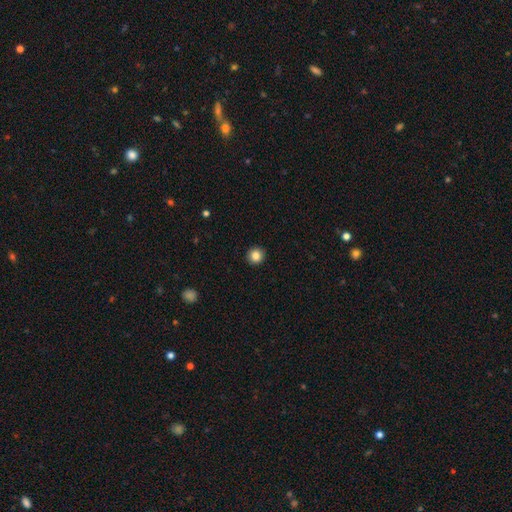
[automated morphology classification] A smooth galaxy with no disk features (85%) that is round (92%). Merging: none (93%).